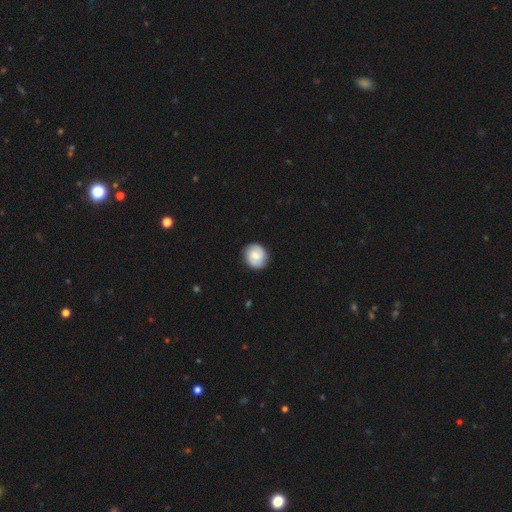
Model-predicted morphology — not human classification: Smooth or featured?
  - smooth: 59% *
  - featured or disk: 33%
  - star or artifact: 7%
How rounded?
  - round: 84% *
  - in between: 15%
  - cigar-shaped: 1%
Merging?
  - none: 86% *
  - minor disturbance: 11%
  - major disturbance: 2%
  - merger: 1%